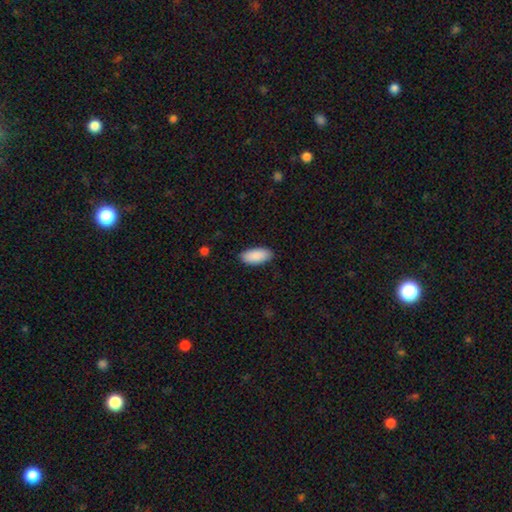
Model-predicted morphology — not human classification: smooth 91%, star or artifact 6%, featured or disk 3%. Down the decision tree: how rounded — in between (92%); merging — none (88%).